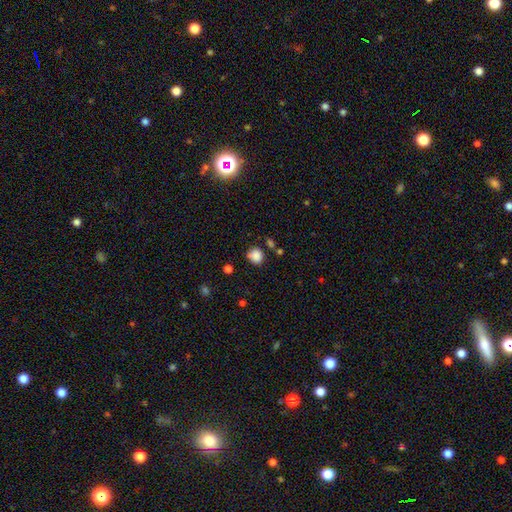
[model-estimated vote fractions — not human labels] smooth_or_featured: smooth (p=0.85) [alt: star or artifact p=0.11]
how_rounded: round (p=0.80) [alt: in between p=0.19]
merging: none (p=0.70) [alt: minor disturbance p=0.19]